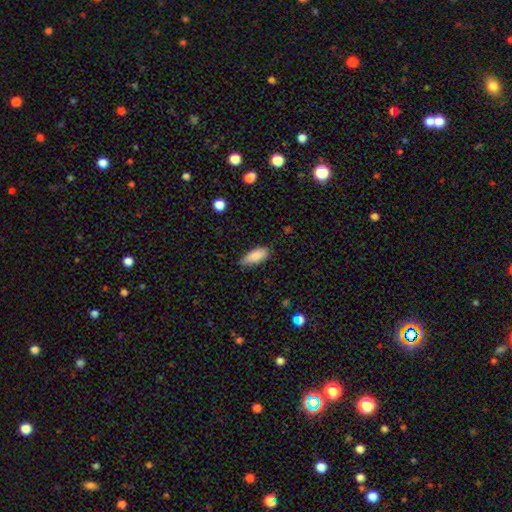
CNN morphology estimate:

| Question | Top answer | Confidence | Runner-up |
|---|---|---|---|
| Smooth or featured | smooth | 88% | star or artifact (7%) |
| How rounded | in between | 81% | cigar-shaped (18%) |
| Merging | none | 77% | minor disturbance (19%) |